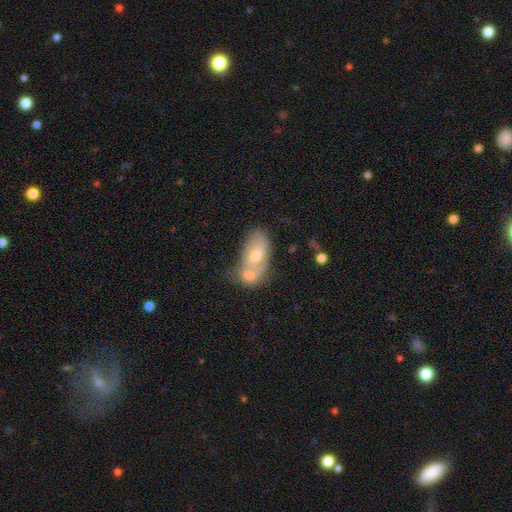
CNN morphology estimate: Smooth or featured?
  - featured or disk: 46% * (tied)
  - smooth: 46% * (tied)
  - star or artifact: 8%
Merging?
  - merger: 63% *
  - none: 20%
  - minor disturbance: 11%
  - major disturbance: 6%